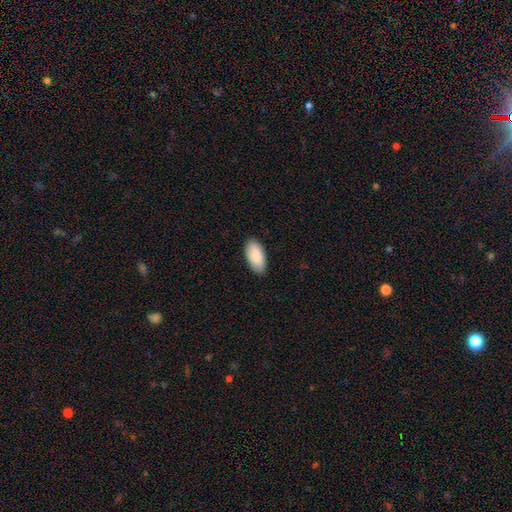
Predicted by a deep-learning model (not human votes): Smooth or featured: smooth — 90% (star or artifact — 5%)
How rounded: in between — 94% (cigar-shaped — 5%)
Merging: none — 88% (minor disturbance — 9%)